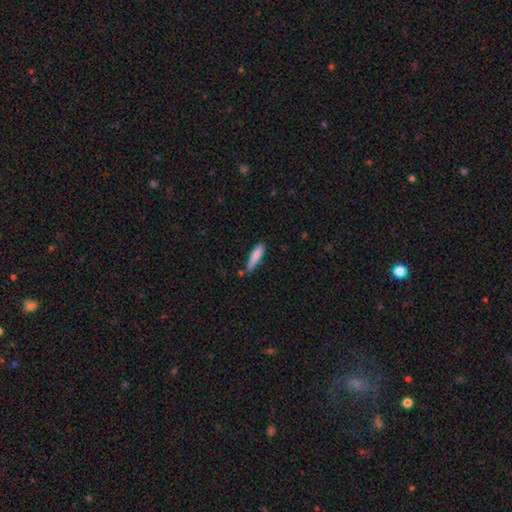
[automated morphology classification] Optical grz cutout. It shows a smooth galaxy with no disk features (80%) that is cigar-shaped (85%). Merging: none (66%).